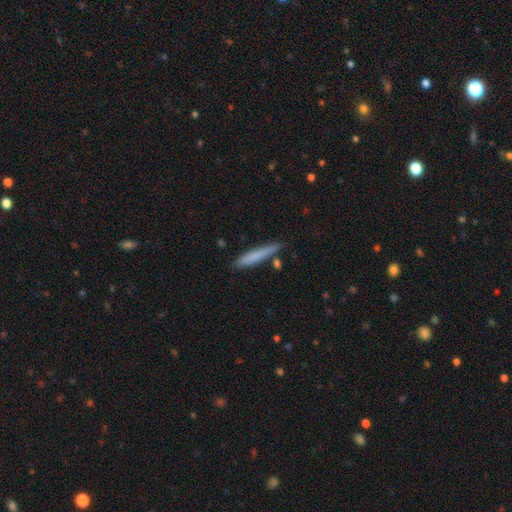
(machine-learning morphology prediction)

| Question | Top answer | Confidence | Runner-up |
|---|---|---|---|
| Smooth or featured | smooth | 74% | featured or disk (20%) |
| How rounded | cigar-shaped | 94% | in between (5%) |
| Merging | none | 79% | minor disturbance (15%) |